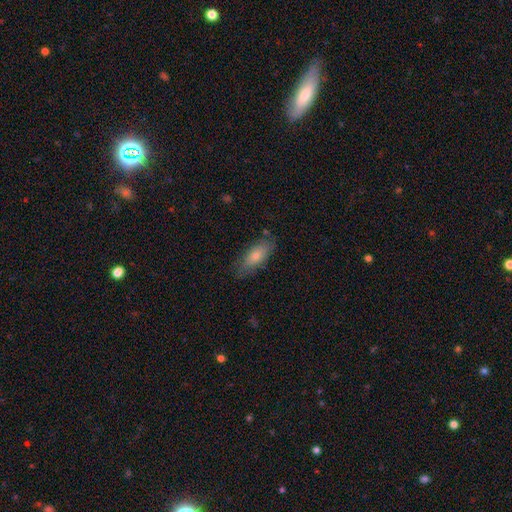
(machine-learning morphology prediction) smooth_or_featured: smooth (p=0.68) [alt: featured or disk p=0.24]
how_rounded: in between (p=0.73) [alt: cigar-shaped p=0.25]
merging: none (p=0.78) [alt: minor disturbance p=0.17]